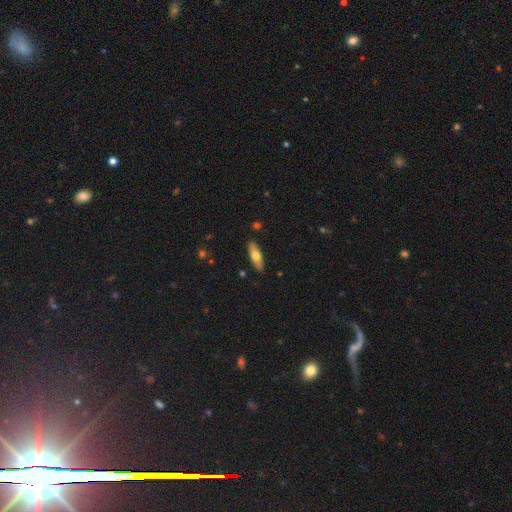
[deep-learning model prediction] Q: Smooth or featured?
A: smooth (62%); runner-up: featured or disk (32%)
Q: How rounded?
A: in between (52%); runner-up: cigar-shaped (46%)
Q: Merging?
A: none (89%); runner-up: minor disturbance (8%)